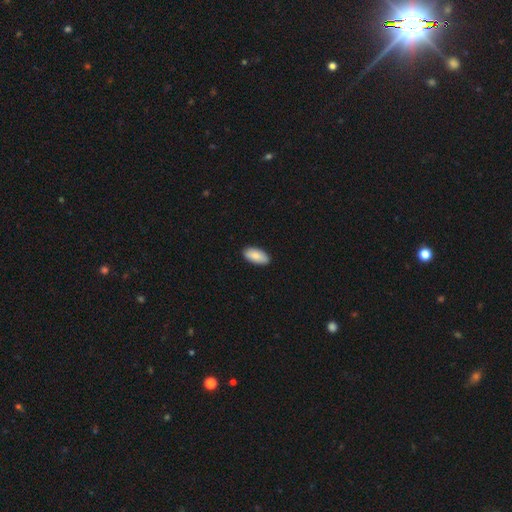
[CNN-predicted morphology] This is clearly a smooth galaxy (86%). How rounded: clearly in between (93%). Merging: clearly none (89%).